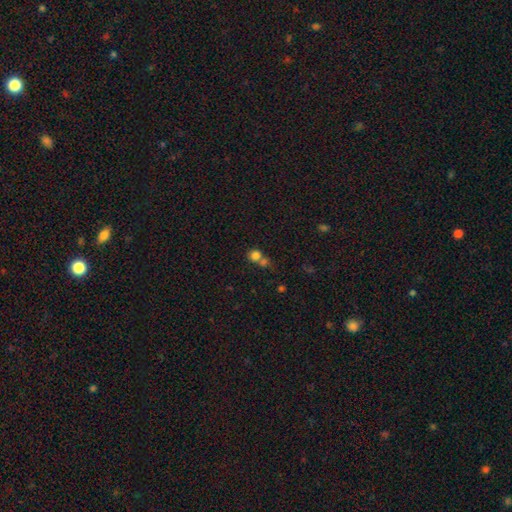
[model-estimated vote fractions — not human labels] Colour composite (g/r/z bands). It shows a smooth galaxy with no disk features (77%) that is round (84%). Merging: merger (48%).